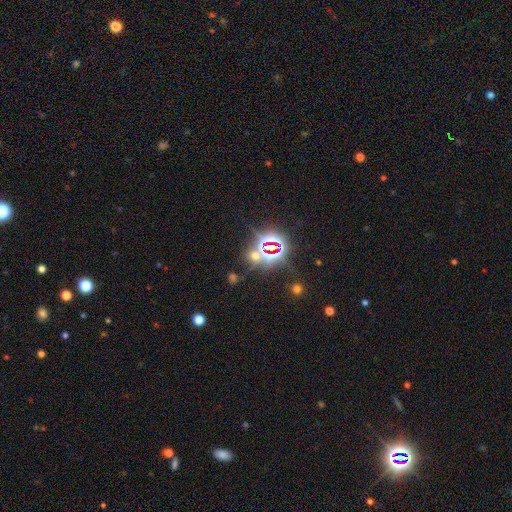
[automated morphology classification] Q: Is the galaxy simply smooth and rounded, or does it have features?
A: star or artifact — 68%.